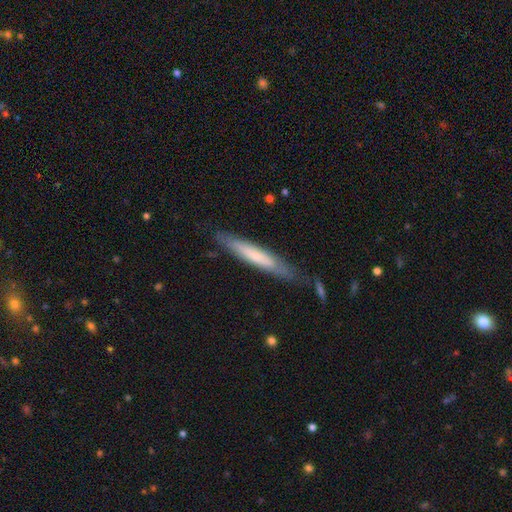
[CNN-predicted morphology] smooth 58%, featured or disk 36%, star or artifact 6%. Down the decision tree: how rounded — cigar-shaped (92%); merging — none (75%).